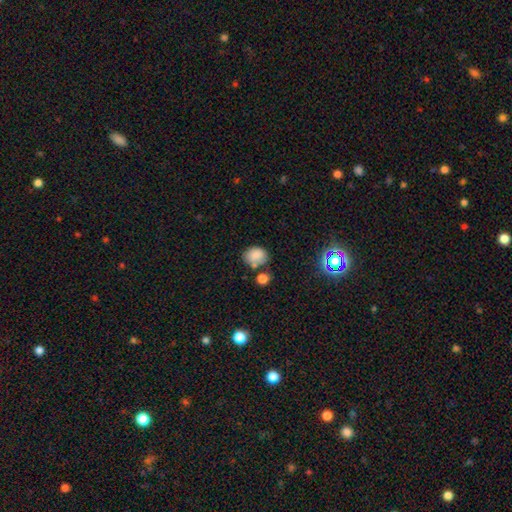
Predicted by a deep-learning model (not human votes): Overall: smooth (80%). How rounded: in between (51%; round 48%). Merging: none (57%; minor disturbance 20%).